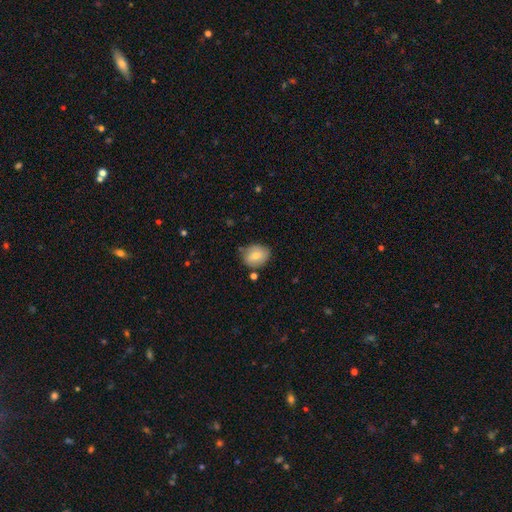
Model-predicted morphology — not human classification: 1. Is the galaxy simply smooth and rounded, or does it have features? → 74% smooth, 17% featured or disk, 8% star or artifact.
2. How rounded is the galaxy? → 60% round, 39% in between, 1% cigar-shaped.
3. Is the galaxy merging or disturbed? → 71% none, 21% minor disturbance, 5% merger, 4% major disturbance.